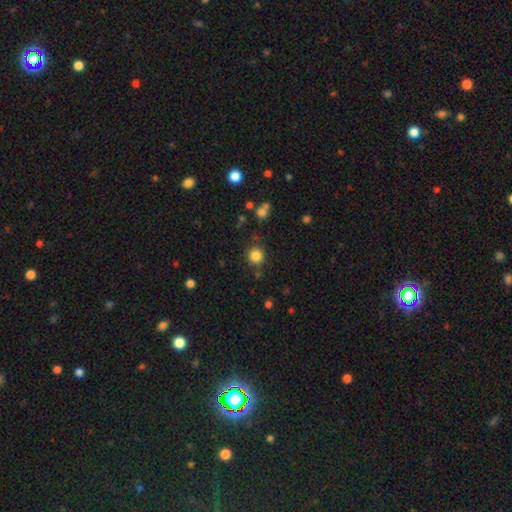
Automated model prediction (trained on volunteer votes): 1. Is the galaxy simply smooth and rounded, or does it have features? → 84% smooth, 12% star or artifact, 4% featured or disk.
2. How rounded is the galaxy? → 92% round, 7% in between, 1% cigar-shaped.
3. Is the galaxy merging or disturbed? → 84% none, 8% minor disturbance, 4% merger, 3% major disturbance.